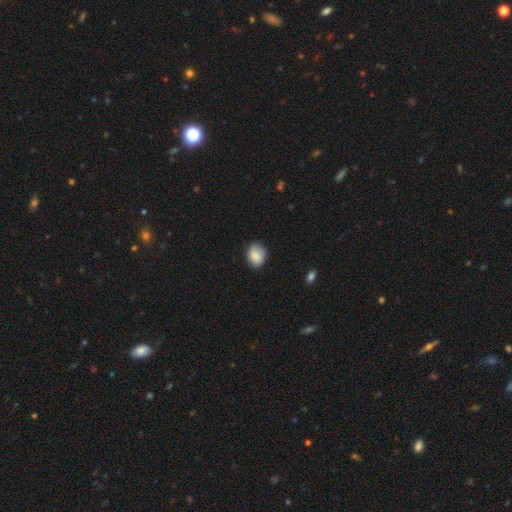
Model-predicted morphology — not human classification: Smooth or featured? smooth (85%)
How rounded? in between (55%)
Merging? none (78%)